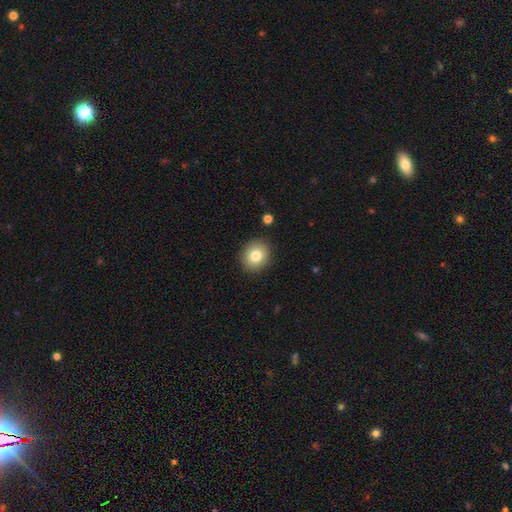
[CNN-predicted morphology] A smooth galaxy with no disk features (81%) that is round (75%).

Vote fractions:
- Smooth or featured? smooth: 81% / star or artifact: 10% / featured or disk: 9%
- How rounded? round: 75% / in between: 25% / cigar-shaped: 1%
- Merging? none: 90% / minor disturbance: 7% / major disturbance: 2% / merger: 1%